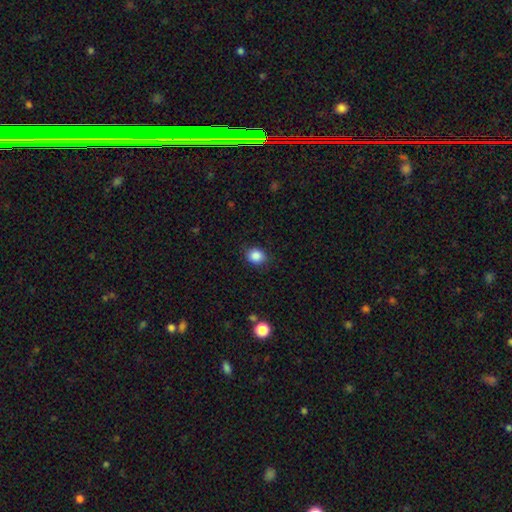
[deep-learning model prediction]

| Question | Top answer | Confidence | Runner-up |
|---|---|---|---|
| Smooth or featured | smooth | 87% | star or artifact (9%) |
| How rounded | round | 59% | in between (40%) |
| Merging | none | 87% | minor disturbance (10%) |